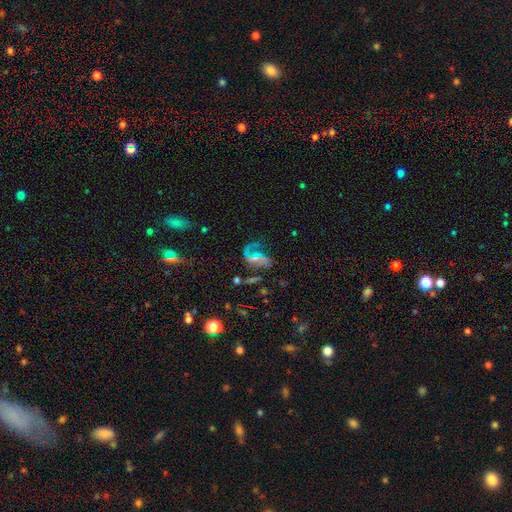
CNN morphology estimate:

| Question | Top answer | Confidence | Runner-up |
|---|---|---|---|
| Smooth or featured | featured or disk | 82% | star or artifact (10%) |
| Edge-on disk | no | 97% | yes (3%) |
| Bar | weak | 38% | no (35%) |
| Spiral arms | yes | 92% | no (8%) |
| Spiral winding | medium | 43% | loose (42%) |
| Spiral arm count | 2 | 71% | 1 (19%) |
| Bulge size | small | 51% | moderate (41%) |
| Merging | none | 50% | major disturbance (26%) |